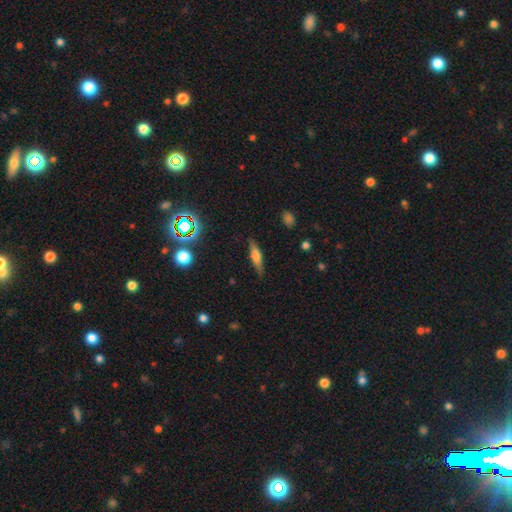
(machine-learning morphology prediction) smooth_or_featured: smooth (p=0.45) [tied with: featured or disk p=0.45]
merging: none (p=0.85) [alt: minor disturbance p=0.11]